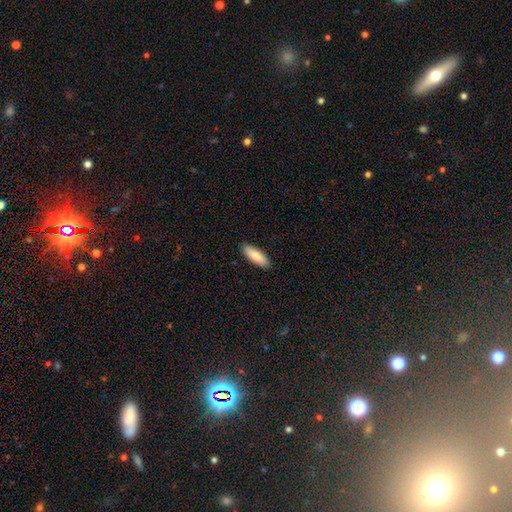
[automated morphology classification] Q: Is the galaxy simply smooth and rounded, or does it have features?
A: smooth — 86%.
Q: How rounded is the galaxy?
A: in between — 63%.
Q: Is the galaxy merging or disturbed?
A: none — 90%.